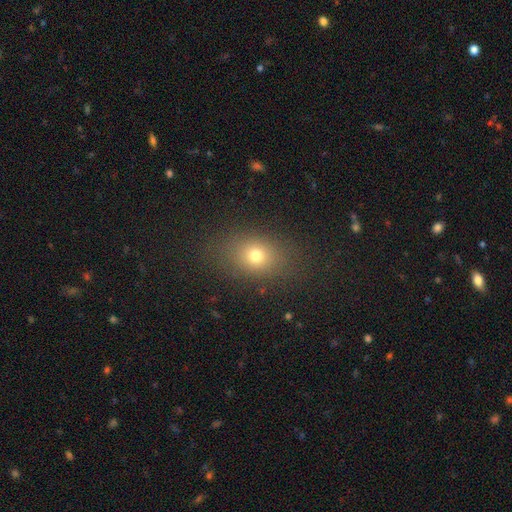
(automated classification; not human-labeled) smooth_or_featured: smooth (p=0.73) [alt: star or artifact p=0.16]
how_rounded: in between (p=0.60) [alt: round p=0.38]
merging: none (p=0.83) [alt: minor disturbance p=0.11]